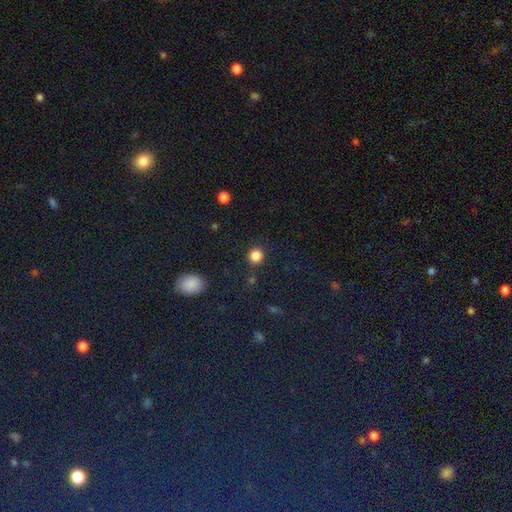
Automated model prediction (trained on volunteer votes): Overall: smooth (84%). How rounded: round (91%). Merging: none (89%).